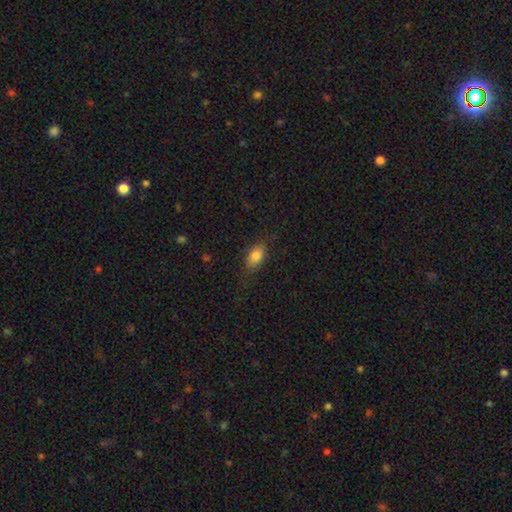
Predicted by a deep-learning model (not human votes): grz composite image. It shows a smooth galaxy with no disk features (82%) that is in between round and cigar-shaped (86%). Merging: none (77%).